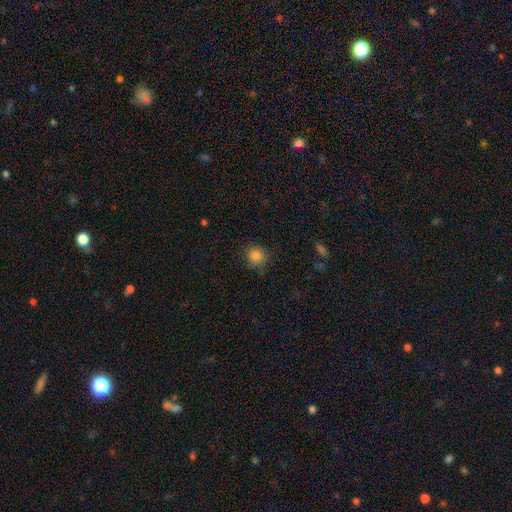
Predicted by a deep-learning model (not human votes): Overall: smooth (84%). How rounded: round (88%). Merging: none (80%).